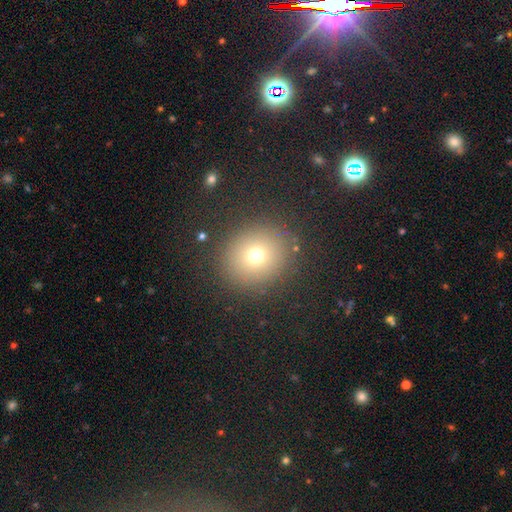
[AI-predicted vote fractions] A smooth galaxy with no disk features (71%) that is round (87%).

Vote fractions:
- Smooth or featured? smooth: 71% / star or artifact: 19% / featured or disk: 11%
- How rounded? round: 87% / in between: 12% / cigar-shaped: 1%
- Merging? none: 88% / minor disturbance: 7% / major disturbance: 4% / merger: 2%